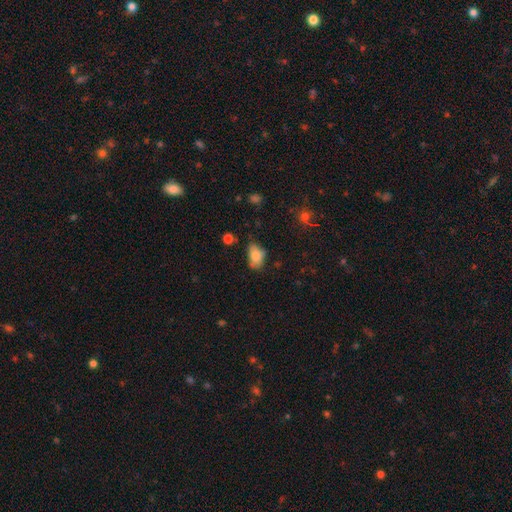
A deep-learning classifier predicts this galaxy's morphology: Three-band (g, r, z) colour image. It shows a smooth galaxy with no disk features (78%) that is in between round and cigar-shaped (85%). Merging: none (55%).